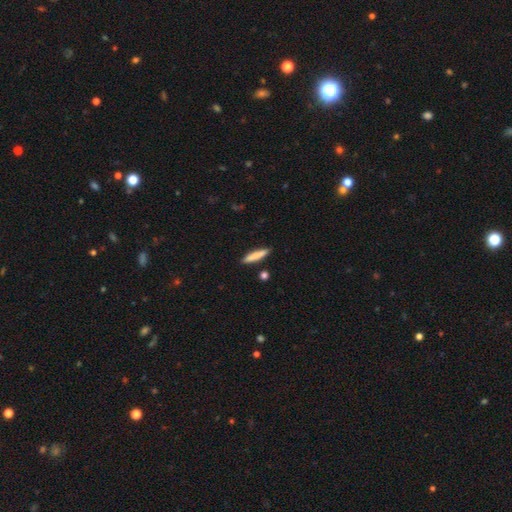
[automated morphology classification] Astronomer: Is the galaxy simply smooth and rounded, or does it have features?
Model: smooth — 77%.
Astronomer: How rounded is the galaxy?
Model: cigar-shaped — 88%.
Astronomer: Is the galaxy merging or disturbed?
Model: none — 88%.